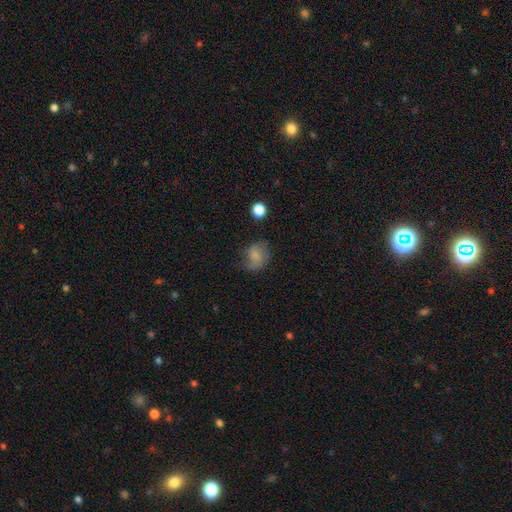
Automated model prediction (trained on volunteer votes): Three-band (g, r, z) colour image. It shows a smooth galaxy with no disk features (60%) that is round (62%). Merging: none (56%).